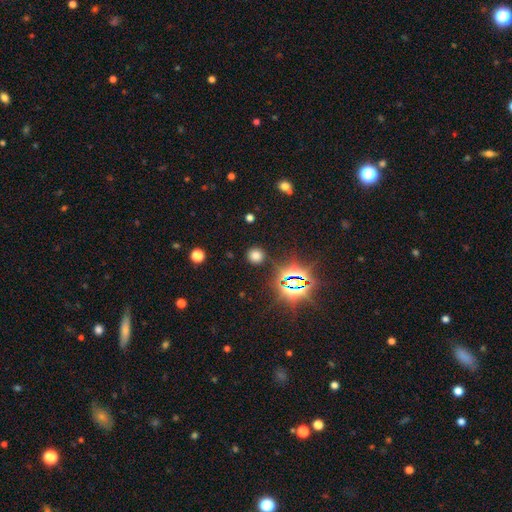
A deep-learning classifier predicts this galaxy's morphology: smooth_or_featured: smooth (p=0.68) [alt: star or artifact p=0.27]
how_rounded: round (p=0.92) [alt: in between p=0.07]
merging: none (p=0.88) [alt: minor disturbance p=0.07]